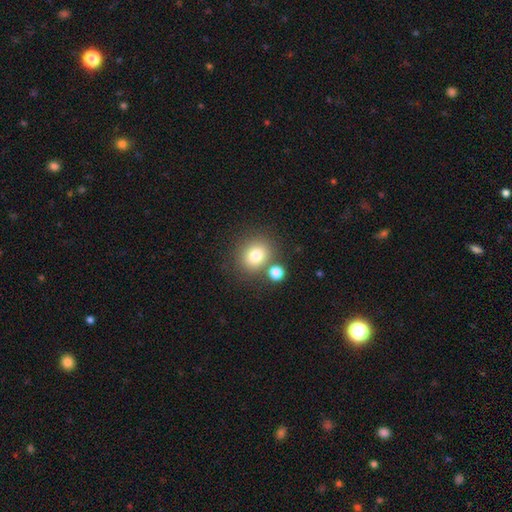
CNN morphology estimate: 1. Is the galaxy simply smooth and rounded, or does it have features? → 79% smooth, 12% star or artifact, 9% featured or disk.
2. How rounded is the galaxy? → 76% round, 23% in between, 1% cigar-shaped.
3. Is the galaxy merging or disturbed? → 71% none, 15% merger, 10% minor disturbance, 4% major disturbance.